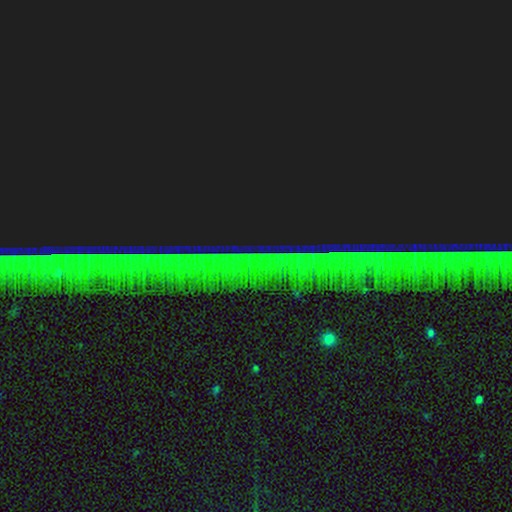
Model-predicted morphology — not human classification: smooth_or_featured: star or artifact (p=0.86) [alt: featured or disk p=0.07]